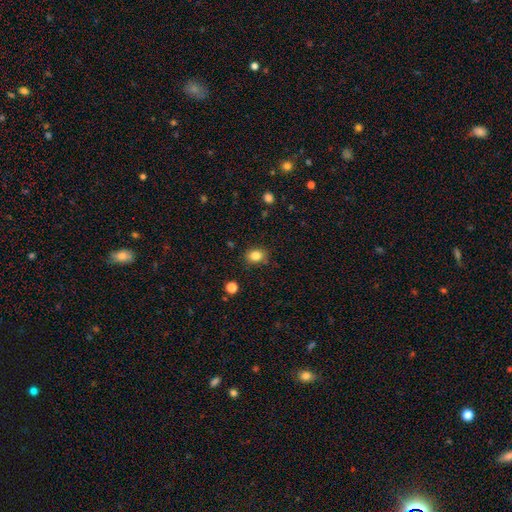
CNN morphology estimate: smooth_or_featured: smooth (p=0.84) [alt: star or artifact p=0.11]
how_rounded: in between (p=0.53) [alt: round p=0.46]
merging: none (p=0.83) [alt: minor disturbance p=0.12]